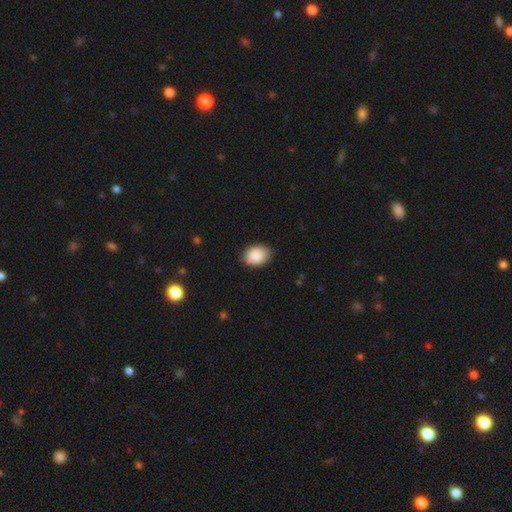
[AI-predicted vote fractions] smooth 88%, star or artifact 7%, featured or disk 5%. Down the decision tree: how rounded — in between (67%); merging — none (80%).